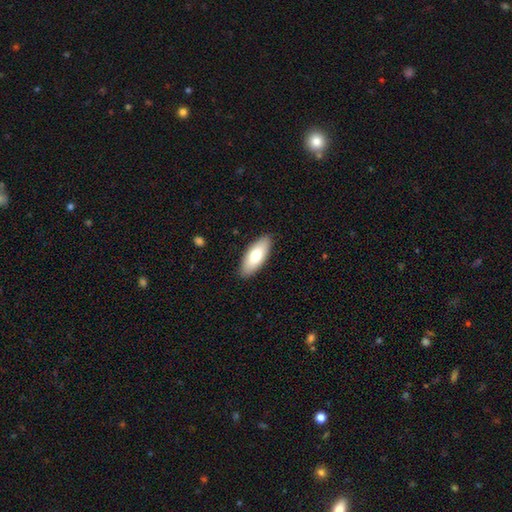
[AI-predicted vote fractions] Morphology: type=smooth (75%); roundness=in between (80%); merging=none (88%).